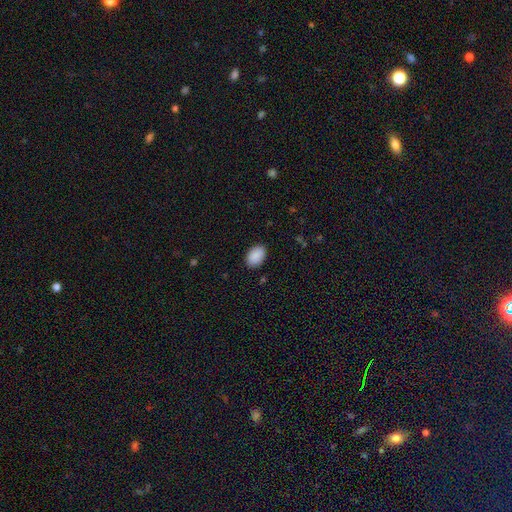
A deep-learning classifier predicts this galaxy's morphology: This appears to be a smooth galaxy with no disk features (90%) that is in between round and cigar-shaped (88%). Merging: none (87%).